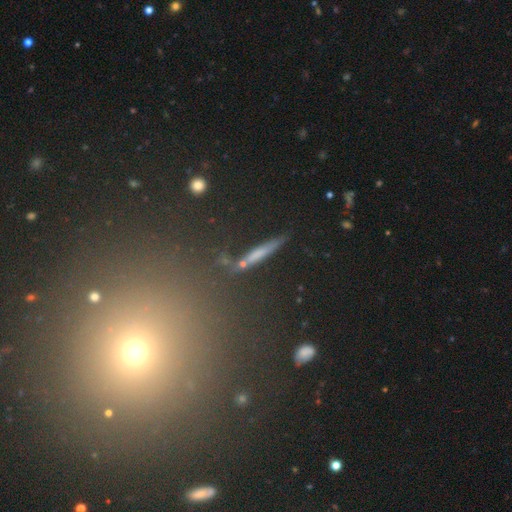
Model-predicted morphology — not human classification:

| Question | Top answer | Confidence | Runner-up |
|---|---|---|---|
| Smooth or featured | smooth | 36% | featured or disk (35%) |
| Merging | none | 87% | minor disturbance (7%) |